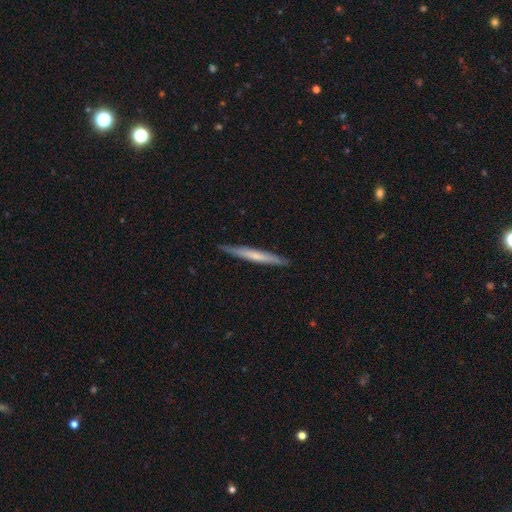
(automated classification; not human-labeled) The model was most divided on "smooth or featured": smooth: 51%, featured or disk: 44%, star or artifact: 5%. More confident: how rounded — cigar-shaped (97%); merging — none (90%).